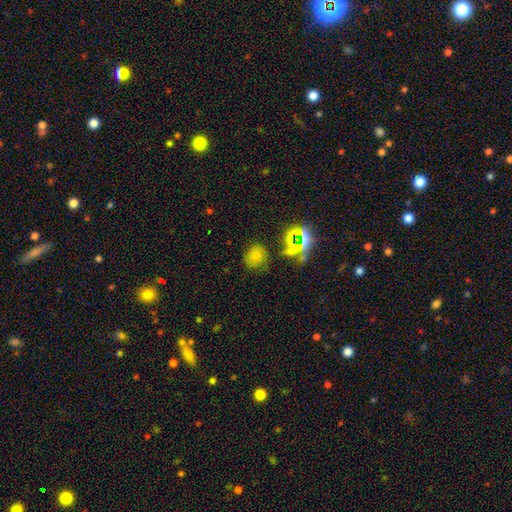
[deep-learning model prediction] smooth-or-featured: smooth: 63% | star or artifact: 27% | featured or disk: 10%
  how-rounded: round: 68% | in between: 31% | cigar-shaped: 1%
  merging: none: 72% | minor disturbance: 16% | major disturbance: 6% | merger: 5%